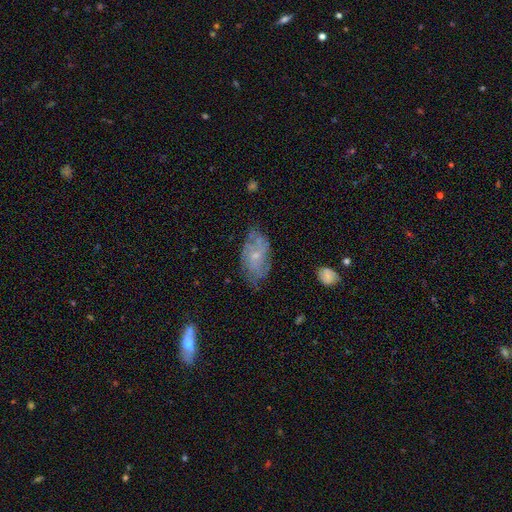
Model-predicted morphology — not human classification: type=featured or disk (62%); edge-on=no (94%); bar=no (76%); spiral arms=yes (72%); bulge=small (71%); merging=none (63%).